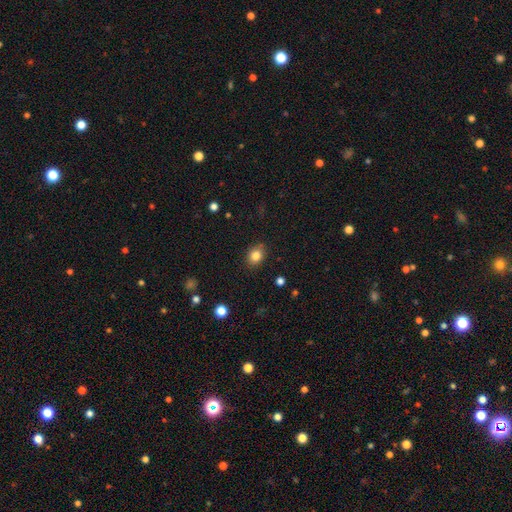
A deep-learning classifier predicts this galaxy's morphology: Smooth or featured? Predicted: smooth (p=0.83). How rounded? Predicted: round (p=0.51). Merging? Predicted: none (p=0.85).